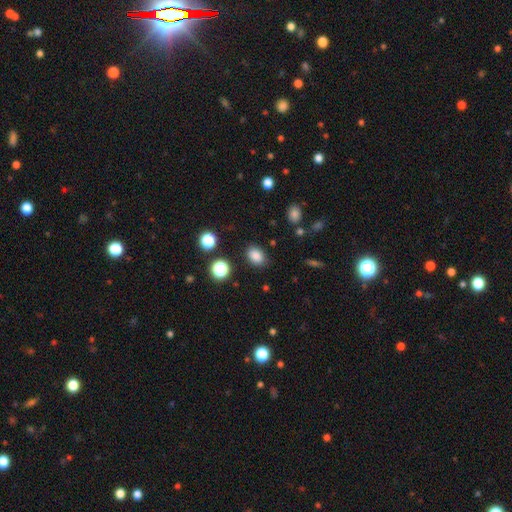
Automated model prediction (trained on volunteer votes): smooth_or_featured: smooth (p=0.83) [alt: star or artifact p=0.12]
how_rounded: in between (p=0.71) [alt: round p=0.28]
merging: none (p=0.84) [alt: minor disturbance p=0.11]